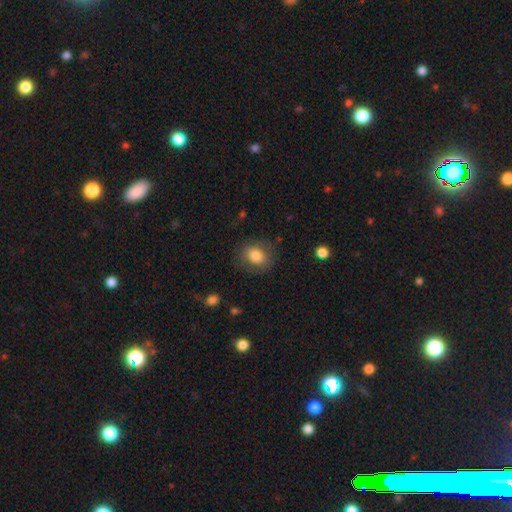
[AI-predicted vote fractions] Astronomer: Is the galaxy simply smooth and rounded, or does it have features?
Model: smooth — 79%.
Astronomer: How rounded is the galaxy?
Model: round — 61% (runner-up: in between, 38%).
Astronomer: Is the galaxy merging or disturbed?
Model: none — 78%.